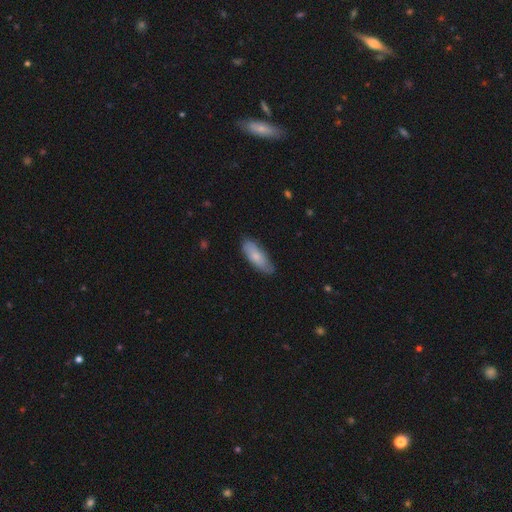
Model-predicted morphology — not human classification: A smooth galaxy with no disk features (72%) that is in between round and cigar-shaped (69%). Merging: none (77%).